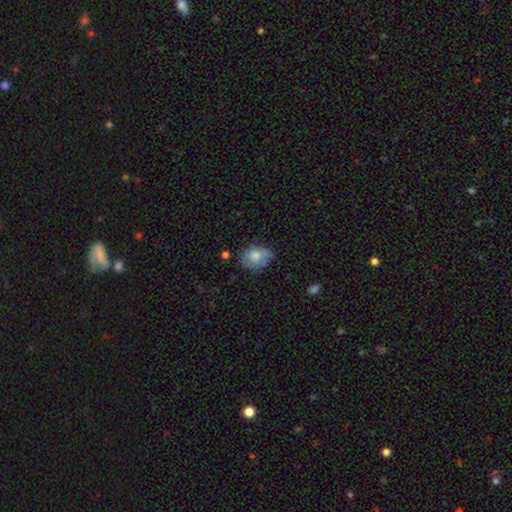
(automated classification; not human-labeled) Morphology: type=smooth (68%); roundness=in between (71%); merging=none (63%).